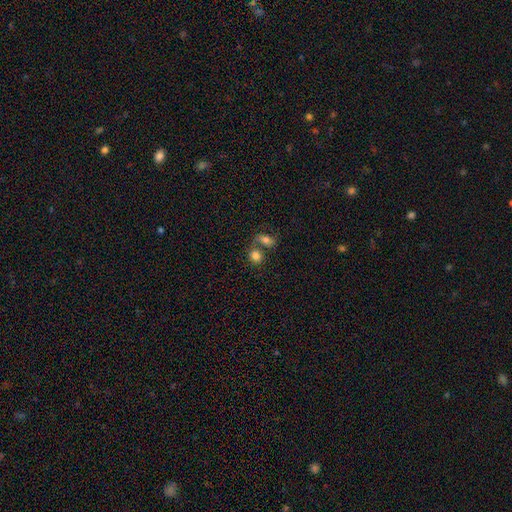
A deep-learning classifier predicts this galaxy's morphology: This appears to be a smooth galaxy with no disk features (77%) that is round (64%). Merging: merger (48%).